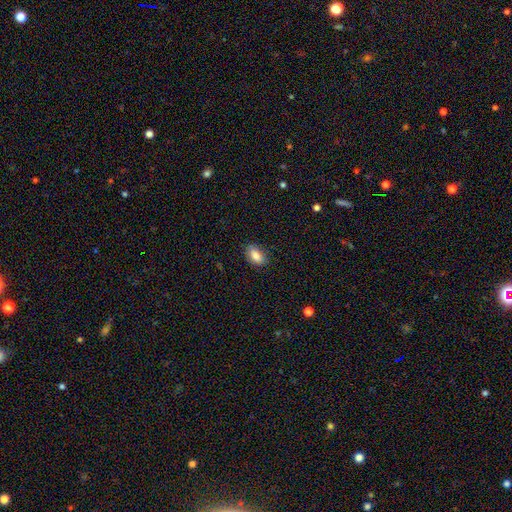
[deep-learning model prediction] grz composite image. It shows a smooth galaxy with no disk features (85%) that is in between round and cigar-shaped (89%). Merging: none (83%).